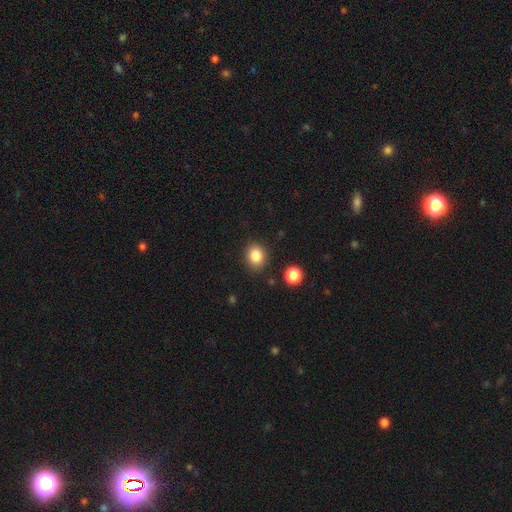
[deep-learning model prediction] The model was most divided on "how rounded": round: 65%, in between: 34%, cigar-shaped: 1%. More confident: merging — none (86%); smooth or featured — smooth (85%).